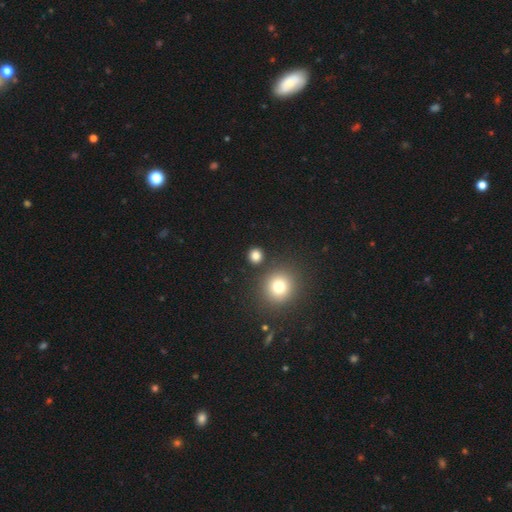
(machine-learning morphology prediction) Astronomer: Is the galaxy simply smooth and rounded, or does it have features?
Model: smooth — 80%.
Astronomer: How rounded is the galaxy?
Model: round — 90%.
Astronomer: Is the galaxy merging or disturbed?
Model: none — 87%.